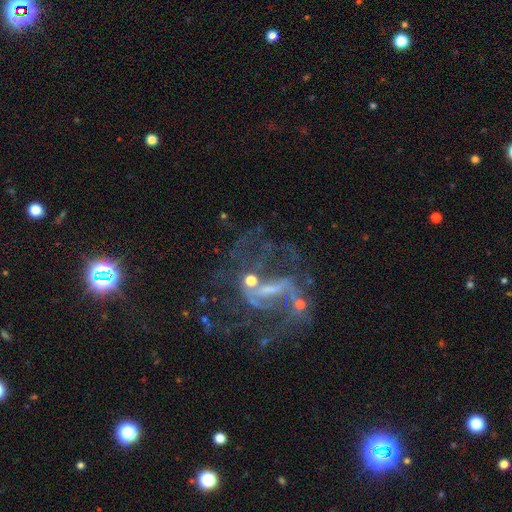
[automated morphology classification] smooth-or-featured: featured or disk: 71% | star or artifact: 20% | smooth: 8%
  disk-edge-on: no: 95% | yes: 5%
    bar: weak: 39% | no: 32% | strong: 29%
    has-spiral-arms: yes: 66% | no: 34%
    bulge-size: small: 44% | none: 32% | moderate: 20% | large: 3% | dominant: 1%
  merging: none: 41% | major disturbance: 34% | minor disturbance: 14% | merger: 11%